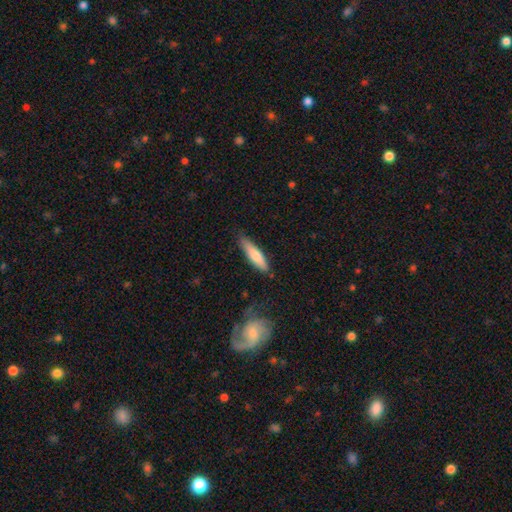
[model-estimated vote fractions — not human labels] This appears to be a smooth galaxy with no disk features (73%) that is cigar-shaped (75%). Merging: none (79%).